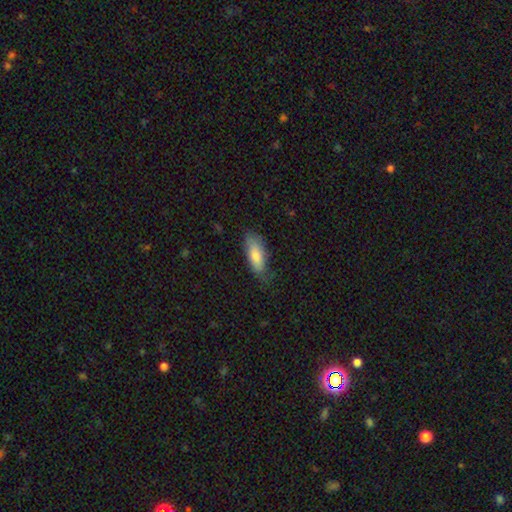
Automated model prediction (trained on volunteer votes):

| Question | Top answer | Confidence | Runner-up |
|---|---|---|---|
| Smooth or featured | smooth | 81% | featured or disk (12%) |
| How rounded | in between | 69% | cigar-shaped (29%) |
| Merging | none | 70% | minor disturbance (23%) |